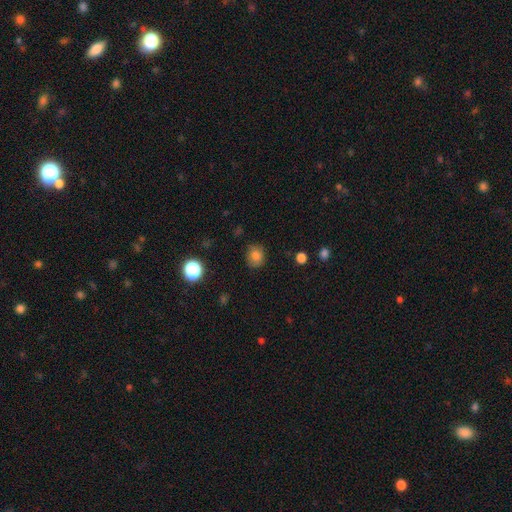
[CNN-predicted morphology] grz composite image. It shows a smooth galaxy with no disk features (80%) that is round (67%). Merging: none (83%).